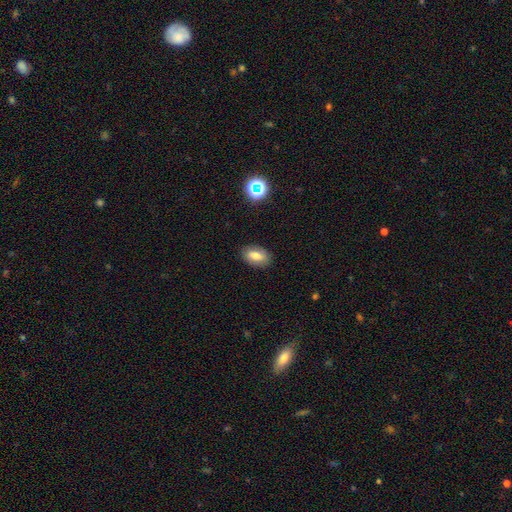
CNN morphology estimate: smooth_or_featured: smooth (p=0.73) [alt: featured or disk p=0.17]
how_rounded: in between (p=0.89) [alt: round p=0.08]
merging: none (p=0.86) [alt: minor disturbance p=0.10]